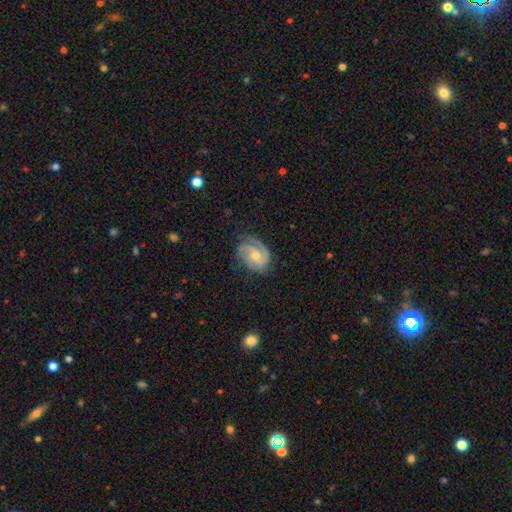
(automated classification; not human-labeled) Smooth or featured?
  - featured or disk: 82% *
  - smooth: 12%
  - star or artifact: 6%
Edge-on disk?
  - no: 98% *
  - yes: 2%
Bar?
  - no: 64% *
  - weak: 30%
  - strong: 6%
Spiral arms?
  - yes: 96% *
  - no: 4%
Spiral winding?
  - tight: 55% *
  - medium: 36%
  - loose: 9%
Spiral arm count?
  - 2: 46% *
  - 3: 29%
  - can't tell: 13%
  - 1: 6%
  - 4: 3%
  - more than 4: 3%
Bulge size?
  - moderate: 53% *
  - small: 42%
  - large: 2%
  - none: 2%
  - dominant: 1%
Merging?
  - none: 70% *
  - minor disturbance: 21%
  - major disturbance: 7%
  - merger: 1%